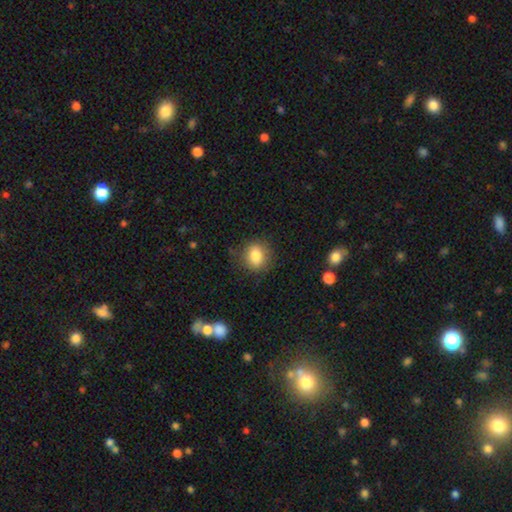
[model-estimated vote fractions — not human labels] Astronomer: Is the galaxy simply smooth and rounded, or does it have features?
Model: smooth — 83%.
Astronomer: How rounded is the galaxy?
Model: round — 61% (runner-up: in between, 38%).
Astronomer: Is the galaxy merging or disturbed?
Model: none — 81%.